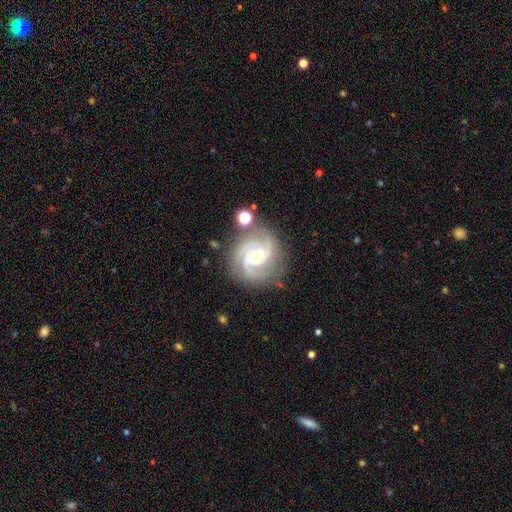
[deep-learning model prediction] Smooth or featured?
  - featured or disk: 90% *
  - star or artifact: 5%
  - smooth: 5%
Edge-on disk?
  - no: 98% *
  - yes: 2%
Bar?
  - no: 46% *
  - weak: 42%
  - strong: 13%
Spiral arms?
  - yes: 98% *
  - no: 2%
Spiral winding?
  - tight: 53% *
  - medium: 42%
  - loose: 6%
Spiral arm count?
  - 3: 54% *
  - 2: 17%
  - 4: 13%
  - can't tell: 8%
  - more than 4: 4%
  - 1: 4%
Bulge size?
  - small: 65% *
  - moderate: 31%
  - large: 2%
  - none: 1%
  - dominant: 1%
Merging?
  - none: 74% *
  - minor disturbance: 16%
  - major disturbance: 6%
  - merger: 4%